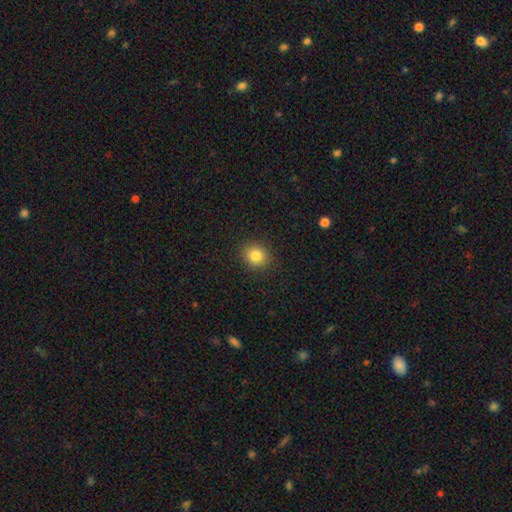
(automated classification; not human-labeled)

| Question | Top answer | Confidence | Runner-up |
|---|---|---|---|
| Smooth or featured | smooth | 83% | star or artifact (11%) |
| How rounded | round | 77% | in between (22%) |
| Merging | none | 90% | minor disturbance (7%) |